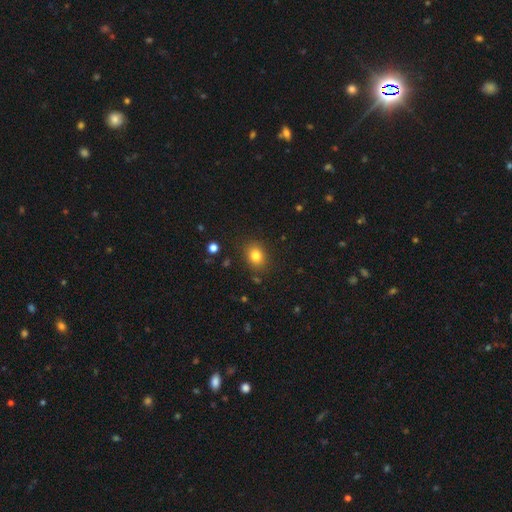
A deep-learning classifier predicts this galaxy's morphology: This appears to be a smooth galaxy with no disk features (82%) that is in between round and cigar-shaped (52%). Merging: none (85%).